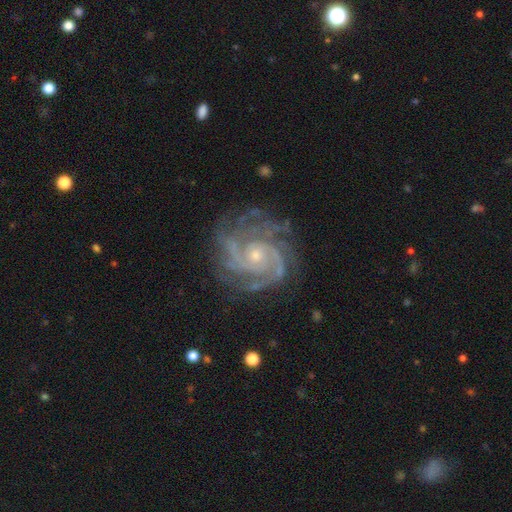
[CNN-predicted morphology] This is clearly a featured or disk galaxy (86%). It is clearly not viewed edge-on (98%). Bar: likely no (65%). Spiral arm pattern: clearly yes (98%). Spiral arm count: marginally 3 (24%). Spiral winding: likely tight (64%). Central bulge: likely small (65%). Merging: clearly none (80%).